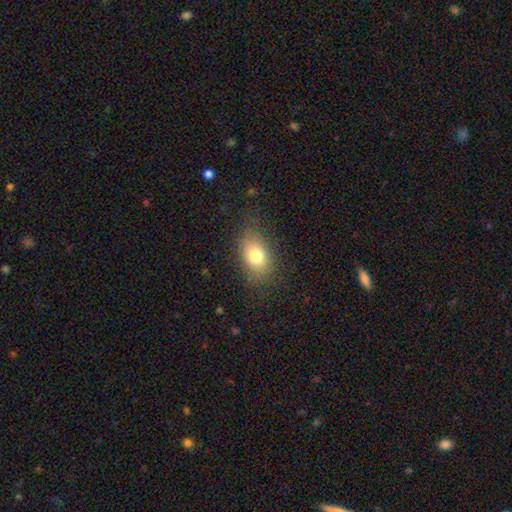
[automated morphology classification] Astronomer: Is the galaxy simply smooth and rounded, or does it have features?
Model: smooth — 76%.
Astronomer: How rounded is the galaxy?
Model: in between — 79%.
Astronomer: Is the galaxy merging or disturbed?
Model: none — 77%.